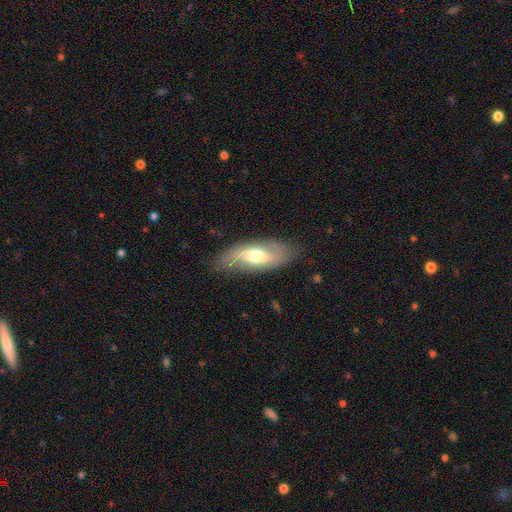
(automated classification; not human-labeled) Morphology: type=smooth (48%); merging=none (75%).